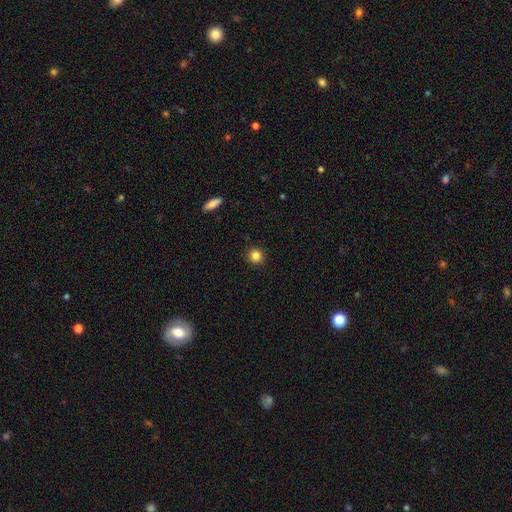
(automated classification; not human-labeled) The model was most divided on "smooth or featured": smooth: 84%, star or artifact: 11%, featured or disk: 5%. More confident: how rounded — round (94%); merging — none (92%).